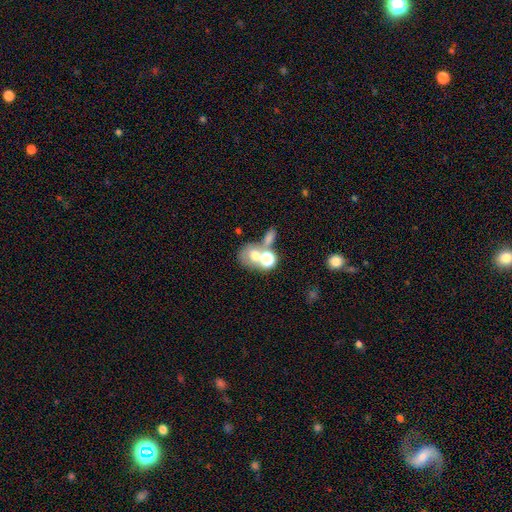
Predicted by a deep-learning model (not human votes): smooth 59%, featured or disk 23%, star or artifact 18%. Down the decision tree: how rounded — round (54%); merging — merger (51%).